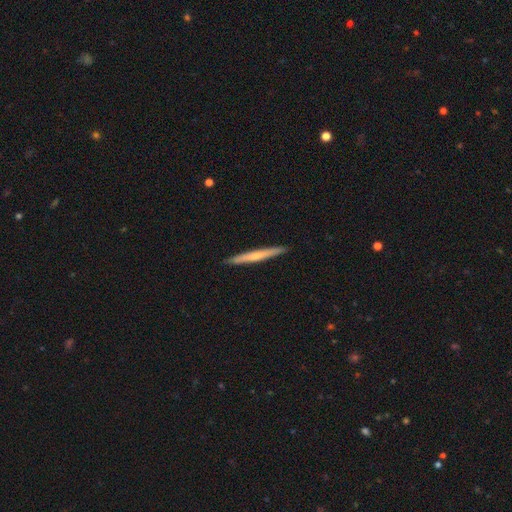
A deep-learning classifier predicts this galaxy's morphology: This is possibly a smooth galaxy (47%, tied with featured or disk). Merging: clearly none (92%).